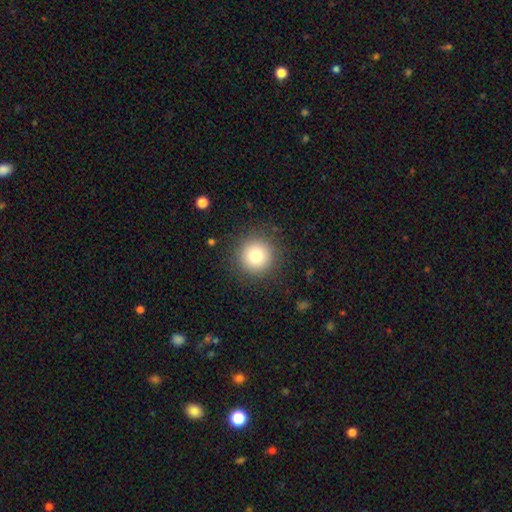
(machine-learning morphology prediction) smooth_or_featured: smooth (p=0.80) [alt: star or artifact p=0.11]
how_rounded: round (p=0.95) [alt: in between p=0.04]
merging: none (p=0.89) [alt: minor disturbance p=0.07]